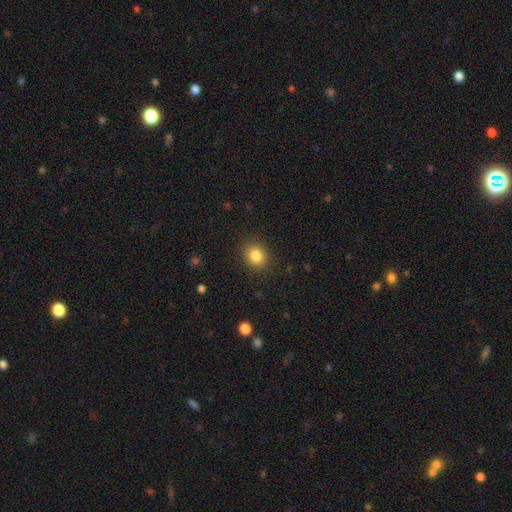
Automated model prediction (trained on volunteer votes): Smooth or featured: smooth — 85% (star or artifact — 10%)
How rounded: round — 65% (in between — 34%)
Merging: none — 88% (minor disturbance — 8%)